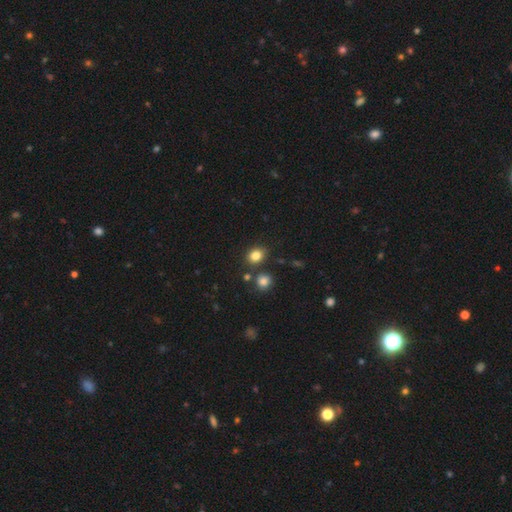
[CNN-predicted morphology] type=smooth (82%); roundness=round (58%); merging=none (78%).